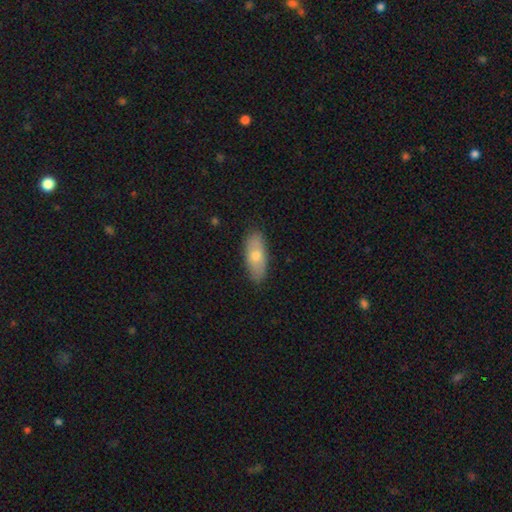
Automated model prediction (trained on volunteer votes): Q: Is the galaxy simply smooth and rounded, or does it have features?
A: smooth — 68%.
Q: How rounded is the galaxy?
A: in between — 79%.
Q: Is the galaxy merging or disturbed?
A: none — 86%.